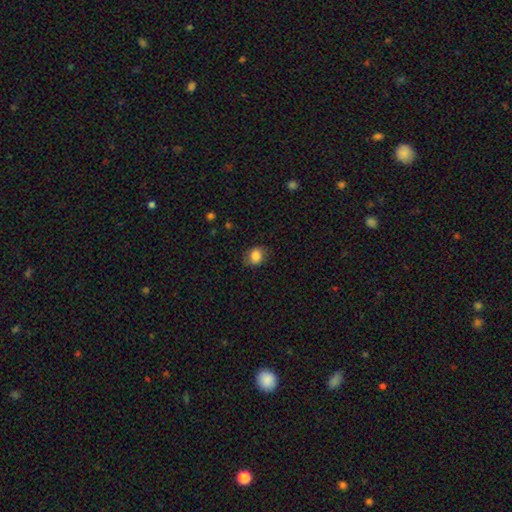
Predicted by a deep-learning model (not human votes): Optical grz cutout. It shows a smooth galaxy with no disk features (84%) that is round (61%). Merging: none (77%).